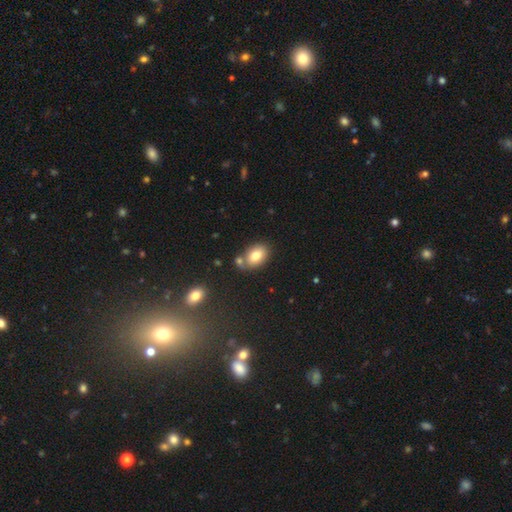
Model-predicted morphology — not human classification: Smooth or featured? smooth (79%)
How rounded? in between (85%)
Merging? none (63%)